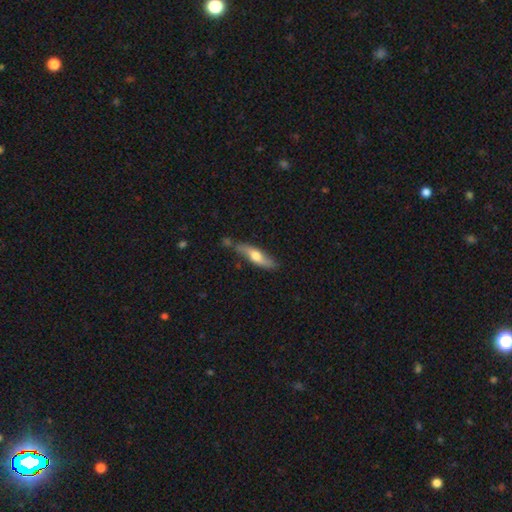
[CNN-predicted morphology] type=smooth (53%); roundness=cigar-shaped (62%); merging=none (70%).